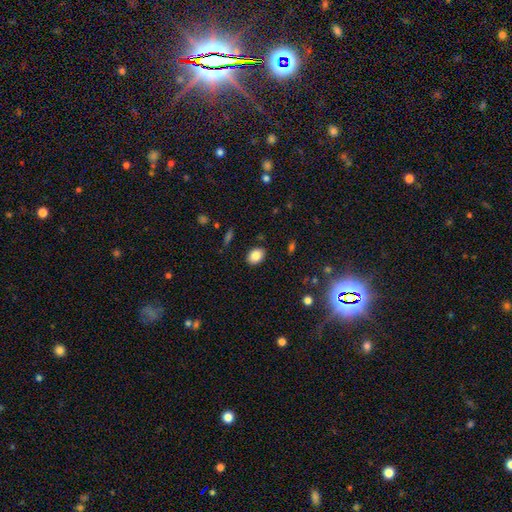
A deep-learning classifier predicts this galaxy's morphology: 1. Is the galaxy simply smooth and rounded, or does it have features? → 84% smooth, 9% star or artifact, 7% featured or disk.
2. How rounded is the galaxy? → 77% in between, 22% round, 1% cigar-shaped.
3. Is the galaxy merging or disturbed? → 88% none, 9% minor disturbance, 2% major disturbance, 1% merger.